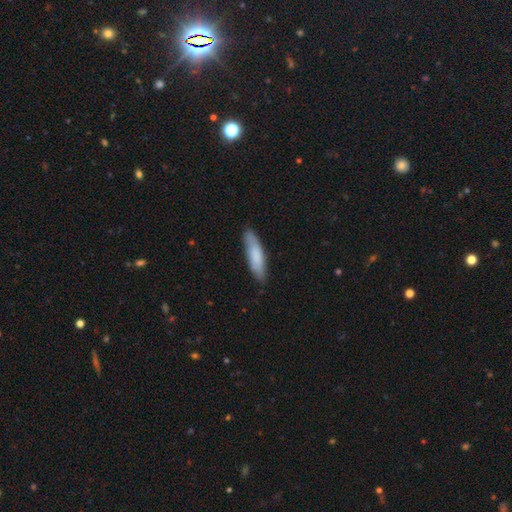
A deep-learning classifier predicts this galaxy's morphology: Smooth or featured? smooth (79%)
How rounded? cigar-shaped (72%)
Merging? none (84%)